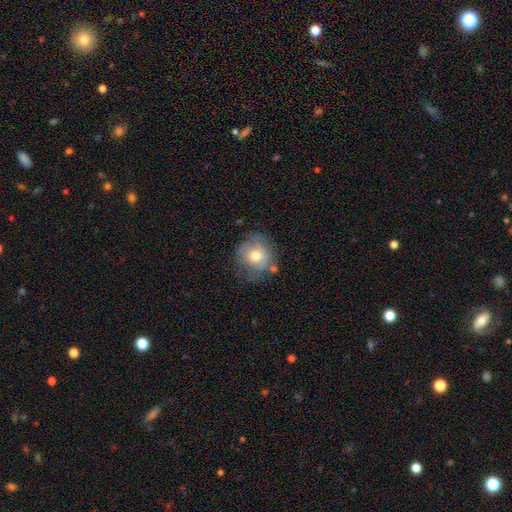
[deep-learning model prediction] Morphology: type=smooth (69%); roundness=round (86%); merging=none (66%).